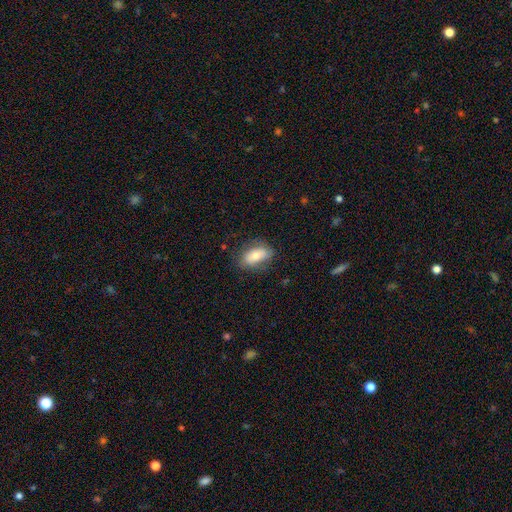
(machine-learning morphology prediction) This is likely a smooth galaxy (69%). How rounded: clearly in between (89%). Merging: likely none (74%).